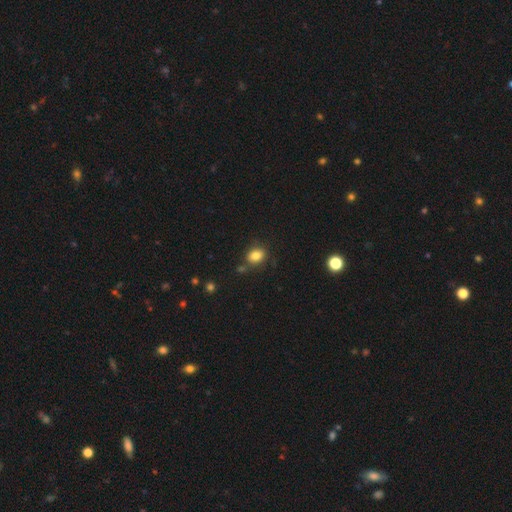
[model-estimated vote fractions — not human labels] The model was most divided on "how rounded": in between: 60%, round: 39%, cigar-shaped: 1%. More confident: smooth or featured — smooth (83%); merging — none (73%).